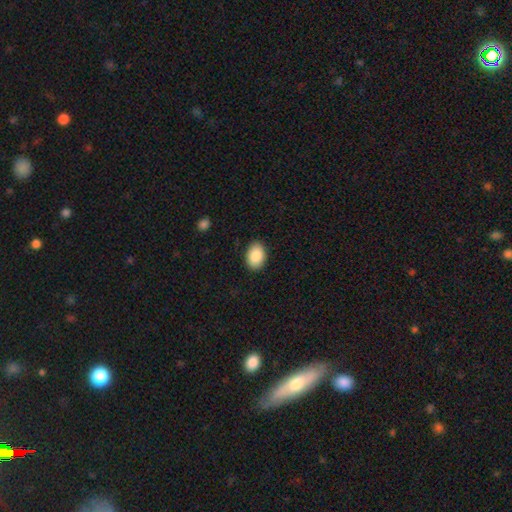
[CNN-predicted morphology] This appears to be a smooth galaxy with no disk features (89%) that is in between round and cigar-shaped (84%). Merging: none (89%).